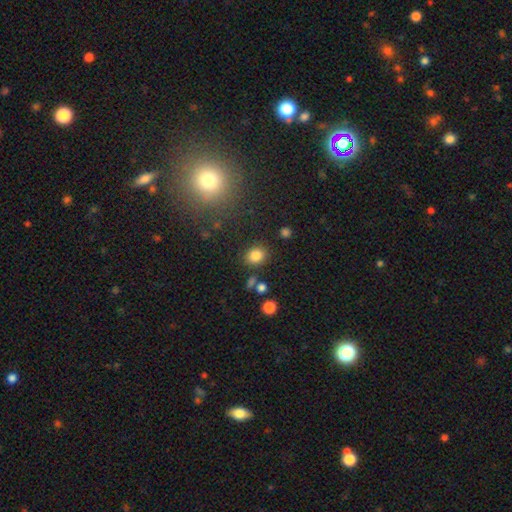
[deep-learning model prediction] Q: Smooth or featured?
A: smooth (83%); runner-up: star or artifact (11%)
Q: How rounded?
A: round (61%); runner-up: in between (38%)
Q: Merging?
A: none (83%); runner-up: minor disturbance (10%)